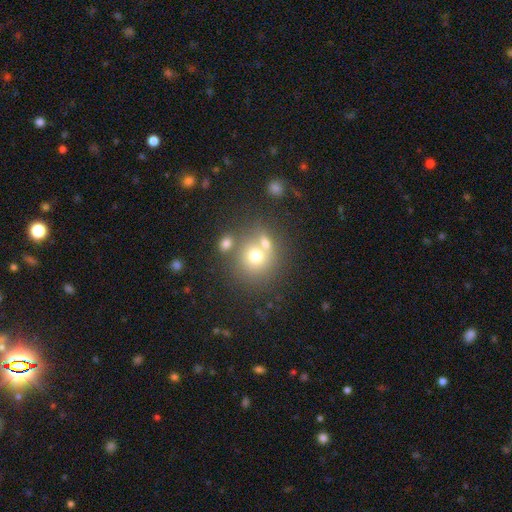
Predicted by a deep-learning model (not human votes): A smooth galaxy with no disk features (69%) that is round (83%). Merging: none (48%).